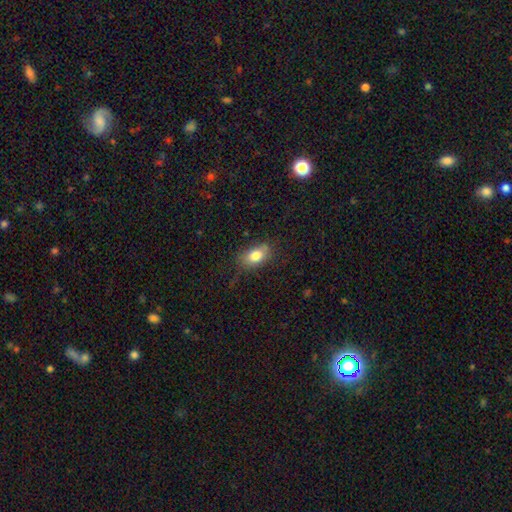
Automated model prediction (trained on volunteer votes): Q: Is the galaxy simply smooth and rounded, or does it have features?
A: smooth — 80%.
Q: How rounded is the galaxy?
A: in between — 87%.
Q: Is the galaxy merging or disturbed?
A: none — 72%.